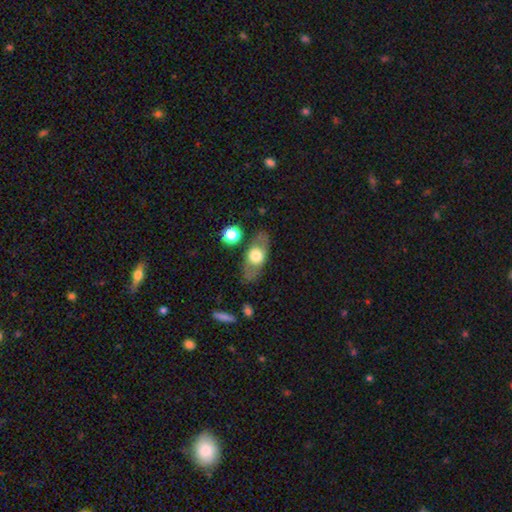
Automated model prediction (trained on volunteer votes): Q: Smooth or featured?
A: smooth (49%); runner-up: featured or disk (44%)
Q: Merging?
A: none (76%); runner-up: minor disturbance (14%)